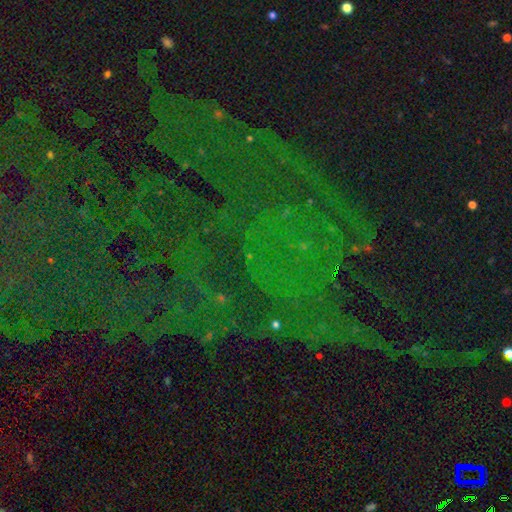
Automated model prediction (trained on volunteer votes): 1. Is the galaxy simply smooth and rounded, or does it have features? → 80% star or artifact, 10% smooth, 10% featured or disk.